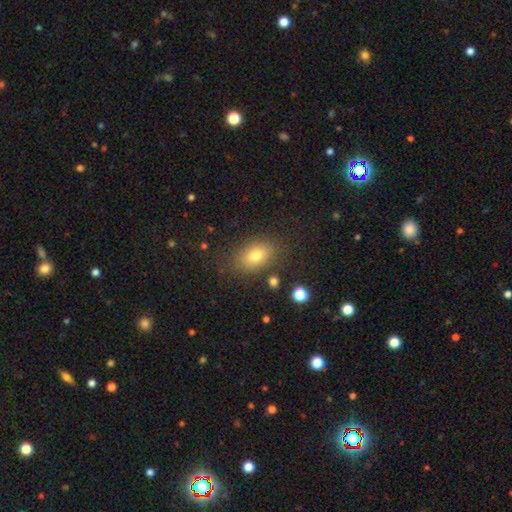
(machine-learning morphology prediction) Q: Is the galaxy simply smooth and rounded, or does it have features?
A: smooth — 75%.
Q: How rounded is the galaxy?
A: in between — 80%.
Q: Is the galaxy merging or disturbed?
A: none — 81%.